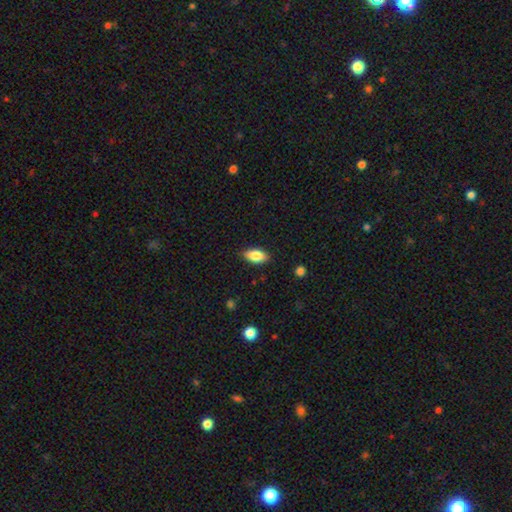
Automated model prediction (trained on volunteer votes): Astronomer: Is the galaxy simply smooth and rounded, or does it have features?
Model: smooth — 85%.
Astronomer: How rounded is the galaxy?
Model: in between — 90%.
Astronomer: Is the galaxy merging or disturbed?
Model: none — 86%.